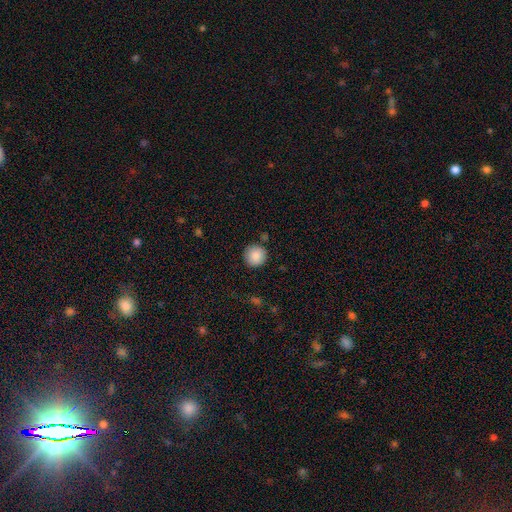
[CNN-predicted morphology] The model was most divided on "smooth or featured": smooth: 88%, star or artifact: 8%, featured or disk: 4%. More confident: how rounded — round (95%); merging — none (88%).